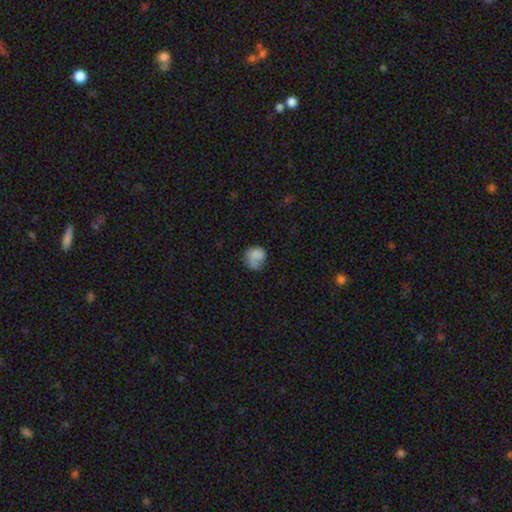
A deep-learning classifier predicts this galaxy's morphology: This appears to be a smooth galaxy with no disk features (76%) that is round (73%). Merging: none (45%).